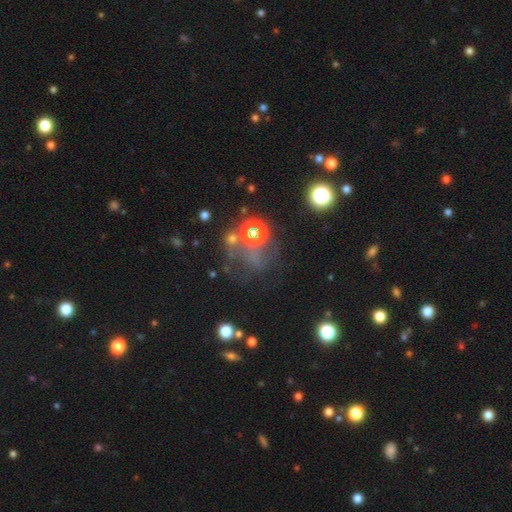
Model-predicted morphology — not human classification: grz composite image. It shows a star or artifact, not a galaxy (40%).